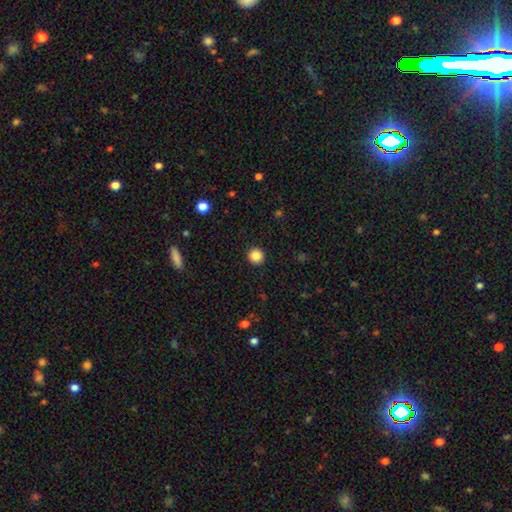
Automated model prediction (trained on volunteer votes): Smooth or featured: smooth — 86% (star or artifact — 11%)
How rounded: round — 95% (in between — 4%)
Merging: none — 93% (minor disturbance — 4%)